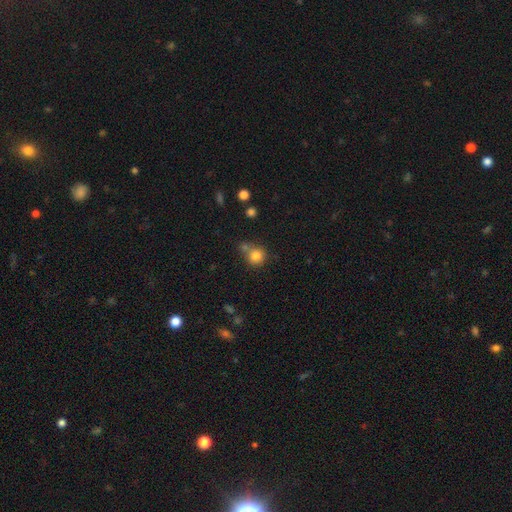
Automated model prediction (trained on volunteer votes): Smooth or featured: smooth — 81% (star or artifact — 12%)
How rounded: round — 89% (in between — 10%)
Merging: none — 59% (merger — 26%)